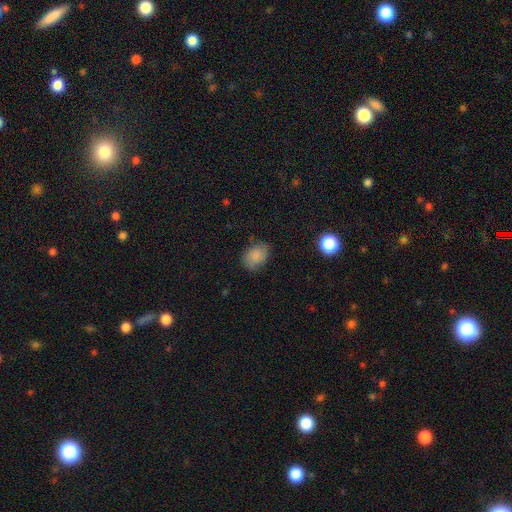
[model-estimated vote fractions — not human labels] Q: Smooth or featured?
A: smooth (85%); runner-up: star or artifact (9%)
Q: How rounded?
A: in between (73%); runner-up: round (26%)
Q: Merging?
A: none (77%); runner-up: minor disturbance (18%)